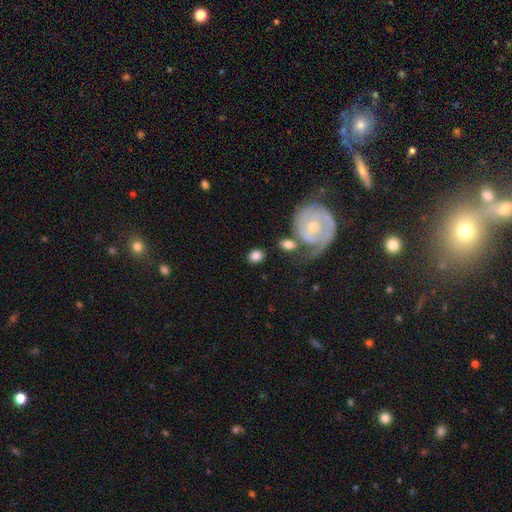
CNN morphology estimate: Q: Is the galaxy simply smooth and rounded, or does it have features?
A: smooth — 78%.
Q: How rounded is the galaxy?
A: in between — 56%.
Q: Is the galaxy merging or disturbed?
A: none — 74%.